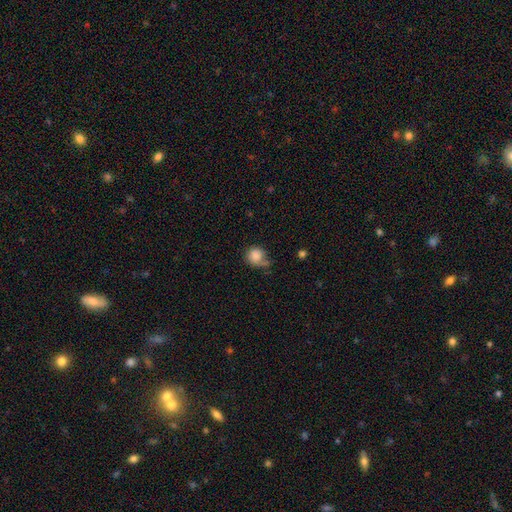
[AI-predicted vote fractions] smooth 84%, star or artifact 8%, featured or disk 8%. Down the decision tree: how rounded — round (85%); merging — none (46%).